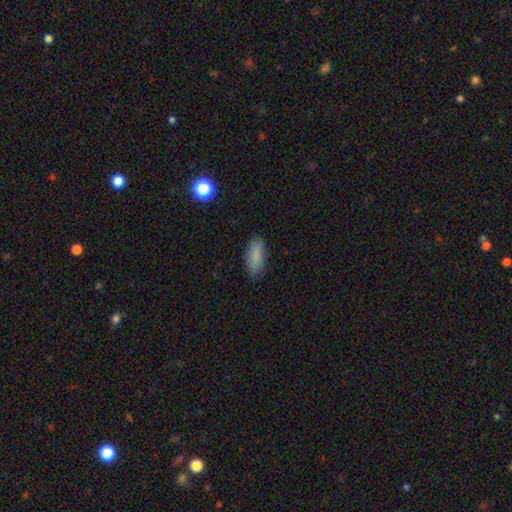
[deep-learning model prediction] This appears to be a smooth galaxy with no disk features (85%) that is in between round and cigar-shaped (77%). Merging: none (84%).